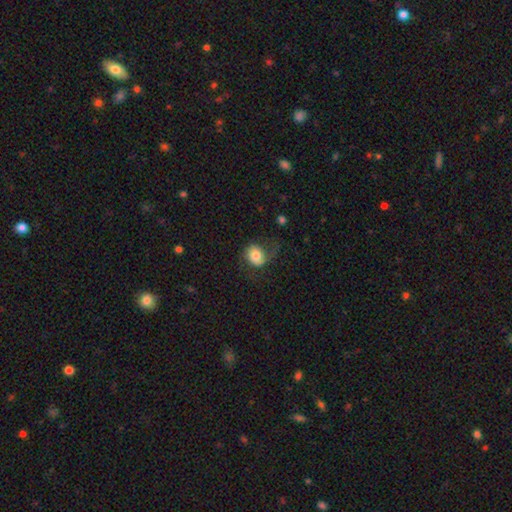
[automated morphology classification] smooth 63%, featured or disk 28%, star or artifact 9%. Down the decision tree: how rounded — round (59%); merging — none (48%).